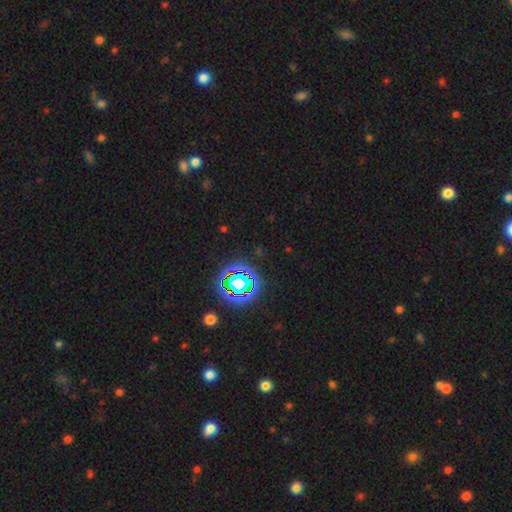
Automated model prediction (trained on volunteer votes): smooth-or-featured: star or artifact: 78% | smooth: 13% | featured or disk: 9%